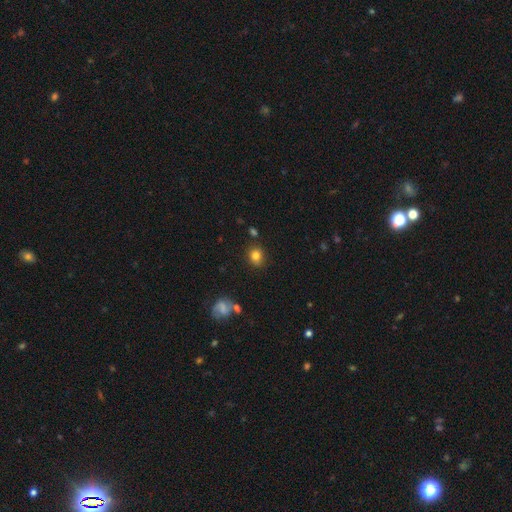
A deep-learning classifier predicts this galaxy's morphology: Smooth or featured?
  - smooth: 81% *
  - star or artifact: 12%
  - featured or disk: 7%
How rounded?
  - round: 71% *
  - in between: 28%
  - cigar-shaped: 1%
Merging?
  - none: 81% *
  - minor disturbance: 13%
  - merger: 3%
  - major disturbance: 3%